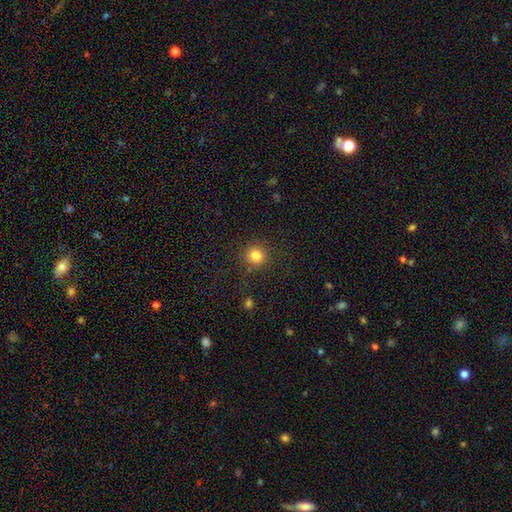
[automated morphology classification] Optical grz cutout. It shows a smooth galaxy with no disk features (83%) that is round (91%). Merging: none (86%).